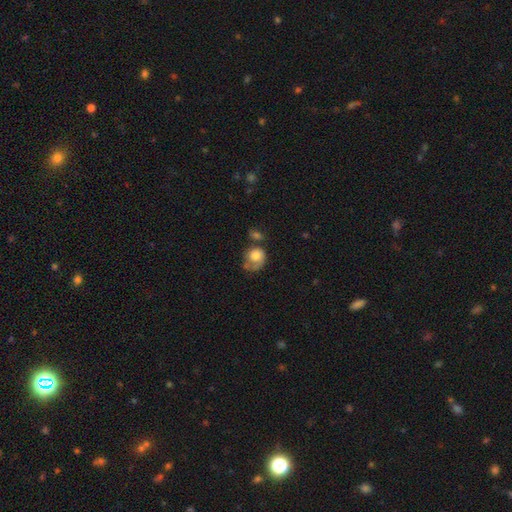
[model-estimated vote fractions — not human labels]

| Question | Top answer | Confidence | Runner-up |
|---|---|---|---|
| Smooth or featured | smooth | 62% | featured or disk (31%) |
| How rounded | round | 68% | in between (31%) |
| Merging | none | 32% | major disturbance (31%) |